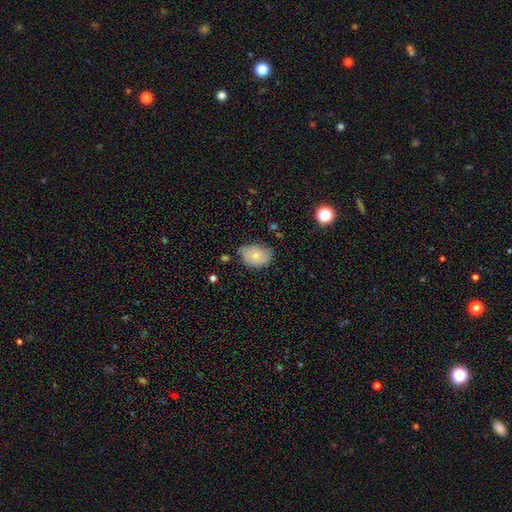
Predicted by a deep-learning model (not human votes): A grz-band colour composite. It shows a smooth galaxy with no disk features (66%) that is in between round and cigar-shaped (75%). Merging: none (61%).